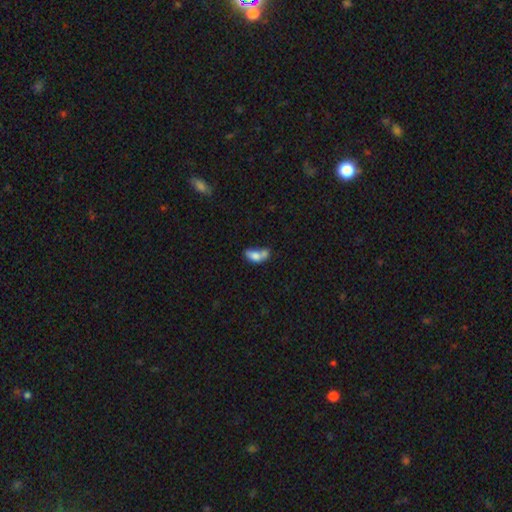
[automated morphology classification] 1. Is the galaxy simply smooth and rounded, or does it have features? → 74% smooth, 17% featured or disk, 9% star or artifact.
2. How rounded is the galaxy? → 86% in between, 9% round, 6% cigar-shaped.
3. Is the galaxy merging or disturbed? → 55% merger, 22% none, 14% minor disturbance, 9% major disturbance.